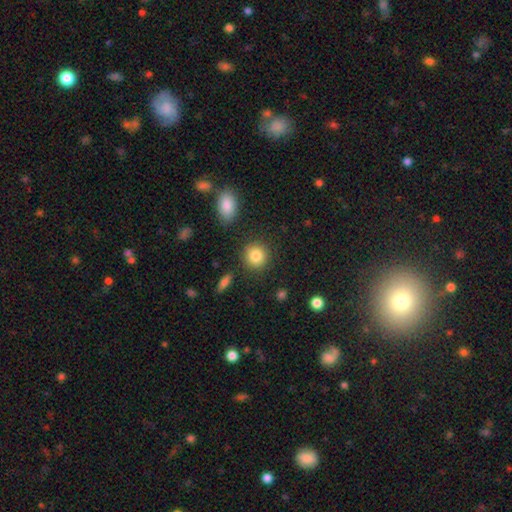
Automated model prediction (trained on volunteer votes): Smooth or featured: smooth — 85% (star or artifact — 9%)
How rounded: round — 87% (in between — 12%)
Merging: none — 86% (minor disturbance — 8%)